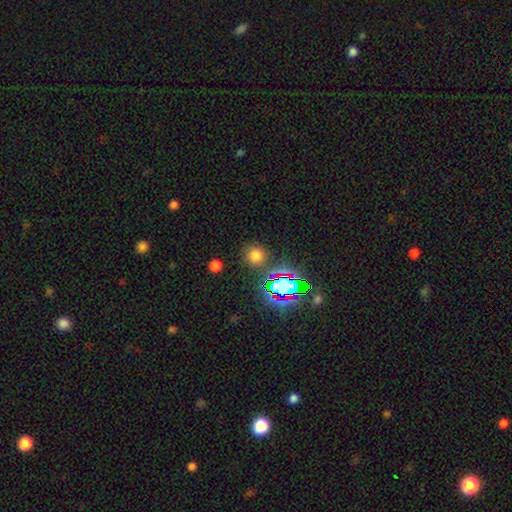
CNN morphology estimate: This is likely a smooth galaxy (68%). How rounded: clearly round (91%). Merging: clearly none (83%).